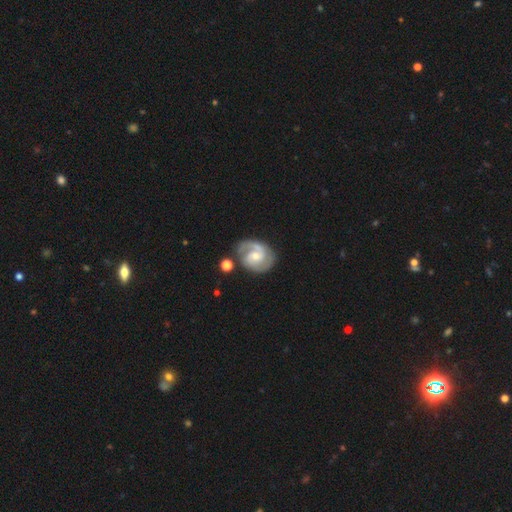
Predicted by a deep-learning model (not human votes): Morphology: type=featured or disk (87%); edge-on=no (98%); bar=no (50%); spiral arms=yes (97%); winding=medium (49%); arm count=2 (84%); bulge=small (49%); merging=none (72%).